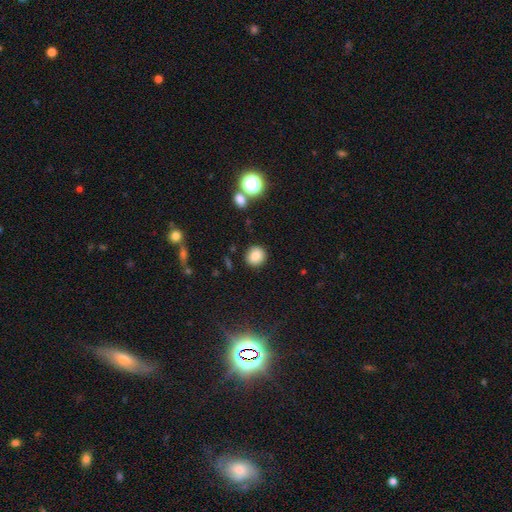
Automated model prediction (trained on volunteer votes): Q: Smooth or featured?
A: smooth (84%); runner-up: star or artifact (11%)
Q: How rounded?
A: round (85%); runner-up: in between (14%)
Q: Merging?
A: none (87%); runner-up: minor disturbance (8%)